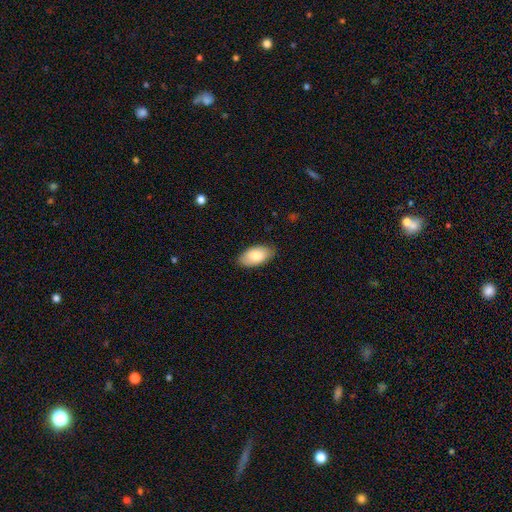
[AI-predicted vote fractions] Q: Smooth or featured?
A: smooth (82%); runner-up: featured or disk (12%)
Q: How rounded?
A: in between (95%); runner-up: round (3%)
Q: Merging?
A: none (85%); runner-up: minor disturbance (12%)